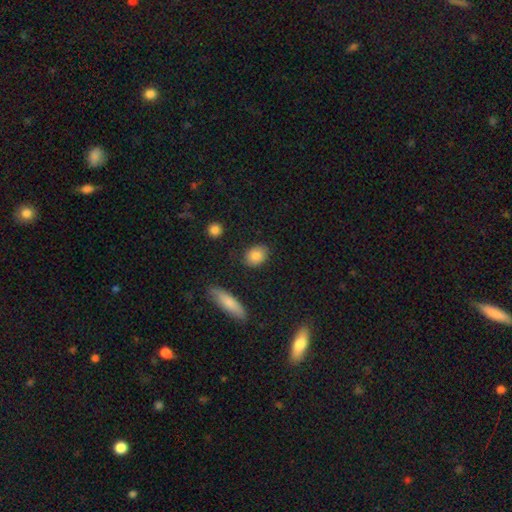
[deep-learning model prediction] This is clearly a smooth galaxy (83%). How rounded: likely in between (63%). Merging: clearly none (84%).